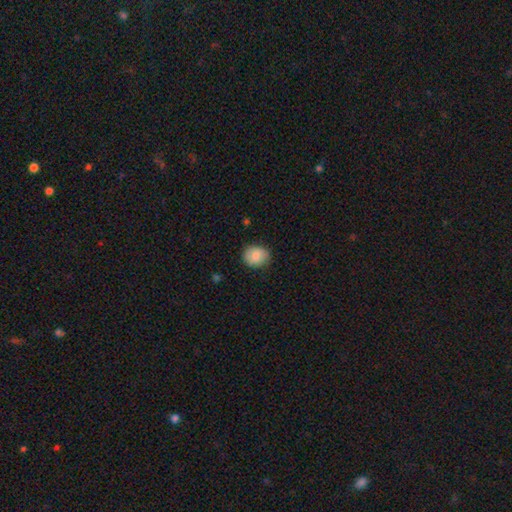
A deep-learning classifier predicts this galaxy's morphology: This appears to be a smooth galaxy with no disk features (80%) that is round (70%). Merging: none (82%).